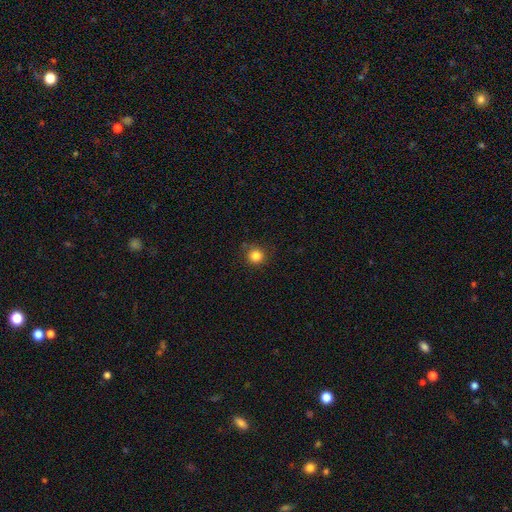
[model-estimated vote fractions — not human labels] Morphology: type=smooth (84%); roundness=round (94%); merging=none (85%).